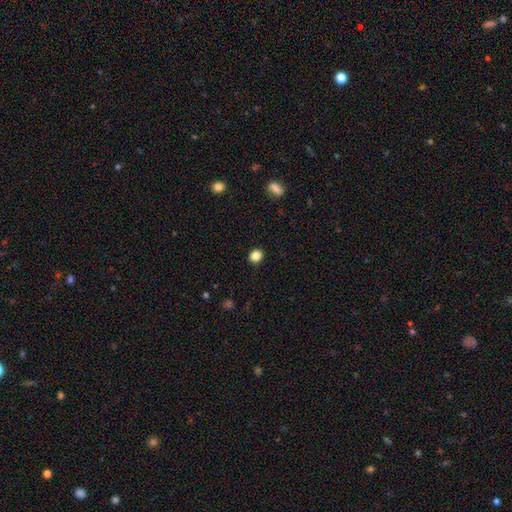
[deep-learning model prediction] Smooth or featured?
  - smooth: 85% *
  - star or artifact: 11%
  - featured or disk: 4%
How rounded?
  - round: 78% *
  - in between: 21%
  - cigar-shaped: 1%
Merging?
  - none: 91% *
  - minor disturbance: 6%
  - major disturbance: 2%
  - merger: 1%